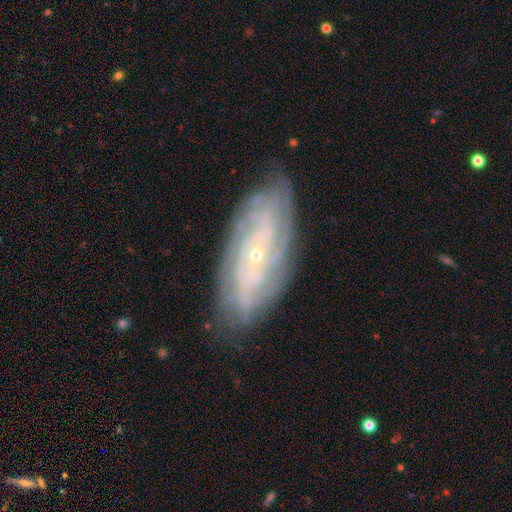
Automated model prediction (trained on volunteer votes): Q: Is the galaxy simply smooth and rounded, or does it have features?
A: featured or disk — 83%.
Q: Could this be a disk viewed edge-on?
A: no — 92%.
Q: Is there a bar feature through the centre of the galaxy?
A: no — 74%.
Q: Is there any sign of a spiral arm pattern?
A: yes — 95%.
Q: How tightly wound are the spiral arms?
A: tight — 74%.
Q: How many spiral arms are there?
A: can't tell — 40%.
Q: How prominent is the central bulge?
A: small — 83%.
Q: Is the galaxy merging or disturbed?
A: none — 80%.